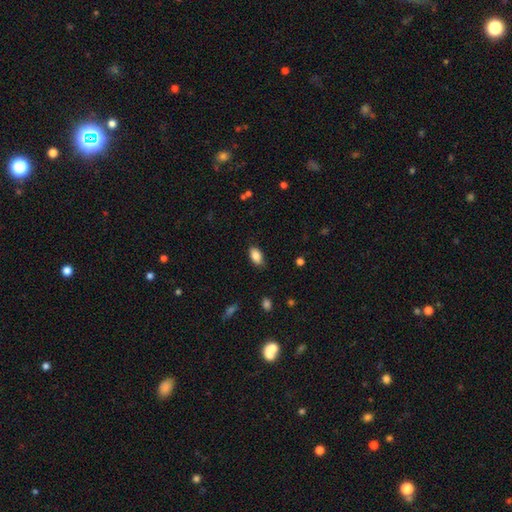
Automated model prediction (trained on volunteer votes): Smooth or featured? smooth (86%)
How rounded? in between (92%)
Merging? none (83%)